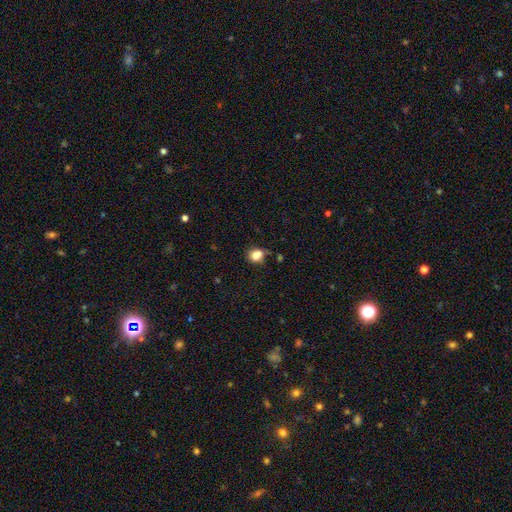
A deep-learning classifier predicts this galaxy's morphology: A smooth galaxy with no disk features (81%) that is round (64%). Merging: none (54%).